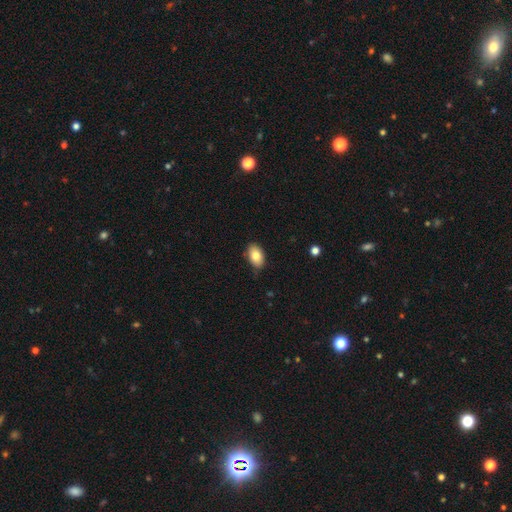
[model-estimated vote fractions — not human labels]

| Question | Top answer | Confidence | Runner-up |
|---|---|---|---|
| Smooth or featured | smooth | 81% | featured or disk (11%) |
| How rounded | in between | 89% | round (10%) |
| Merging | none | 80% | minor disturbance (16%) |